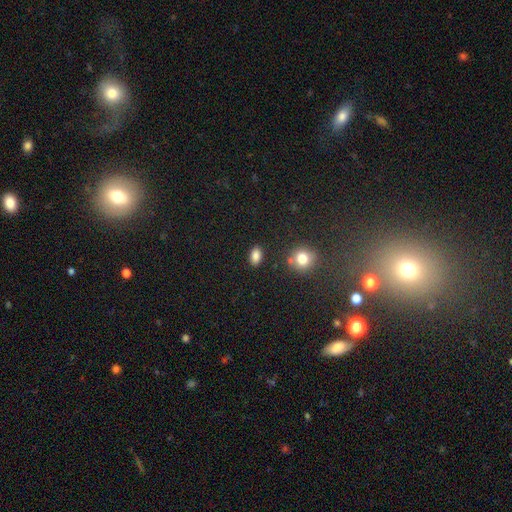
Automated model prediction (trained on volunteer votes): Q: Smooth or featured?
A: smooth (85%); runner-up: star or artifact (10%)
Q: How rounded?
A: in between (86%); runner-up: round (11%)
Q: Merging?
A: none (85%); runner-up: minor disturbance (9%)